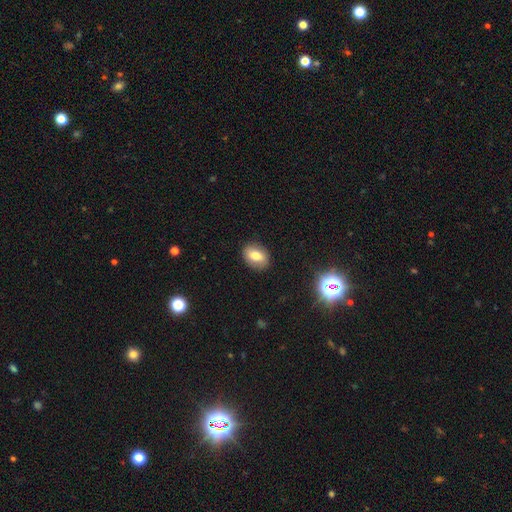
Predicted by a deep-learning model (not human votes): smooth 73%, featured or disk 16%, star or artifact 11%. Down the decision tree: how rounded — in between (70%); merging — none (87%).